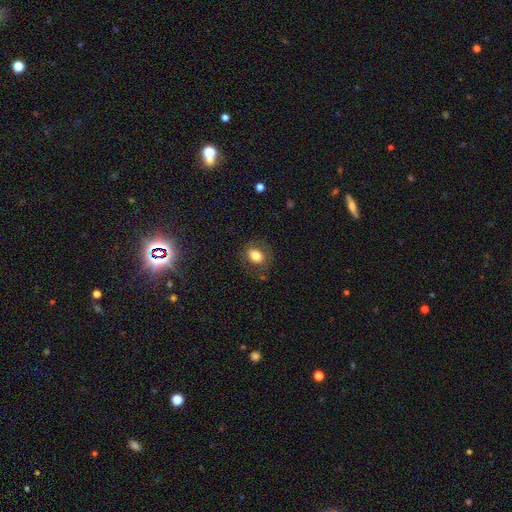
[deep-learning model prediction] smooth_or_featured: smooth (p=0.76) [alt: featured or disk p=0.15]
how_rounded: in between (p=0.50) [alt: round p=0.49]
merging: none (p=0.80) [alt: minor disturbance p=0.12]